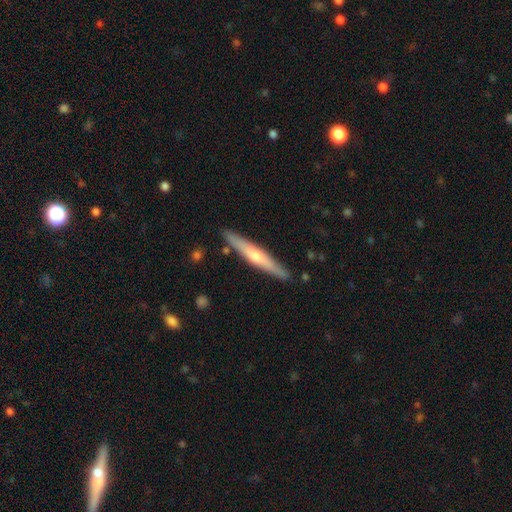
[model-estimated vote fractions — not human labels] featured or disk 57%, smooth 38%, star or artifact 5%. Down the decision tree: edge-on disk — yes (95%); edge-on bulge — rounded (78%); merging — none (88%).